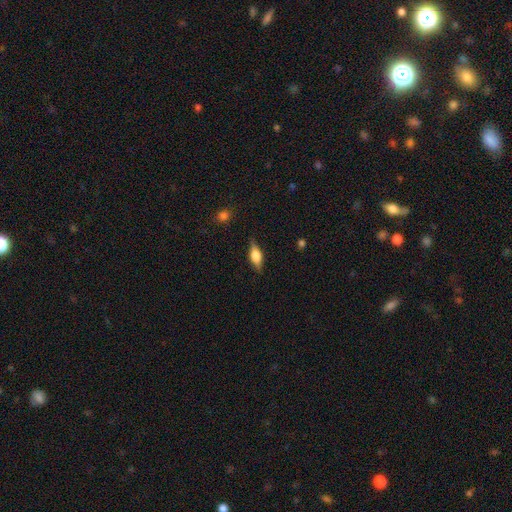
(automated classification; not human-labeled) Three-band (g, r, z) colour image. It shows a smooth galaxy with no disk features (52%) that is in between round and cigar-shaped (67%). Merging: none (84%).